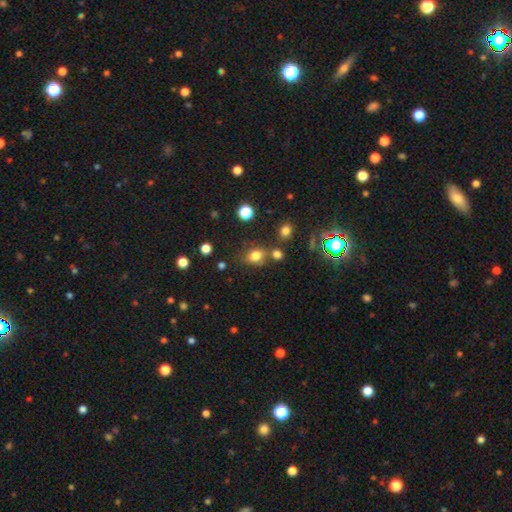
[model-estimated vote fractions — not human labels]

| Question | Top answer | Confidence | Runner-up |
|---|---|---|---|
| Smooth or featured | smooth | 75% | star or artifact (16%) |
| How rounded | in between | 53% | round (46%) |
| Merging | none | 63% | minor disturbance (16%) |